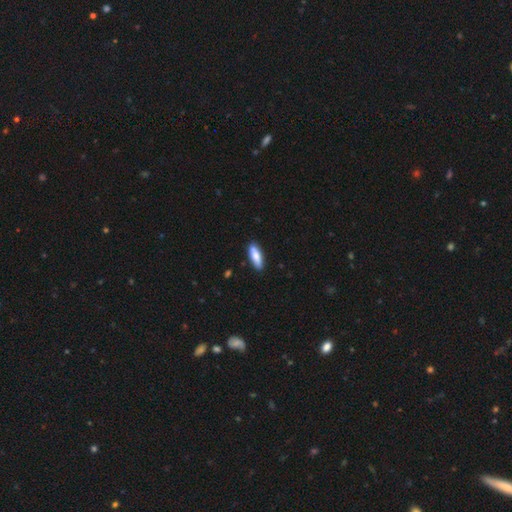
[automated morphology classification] A smooth galaxy with no disk features (80%) that is in between round and cigar-shaped (56%). Merging: none (86%).